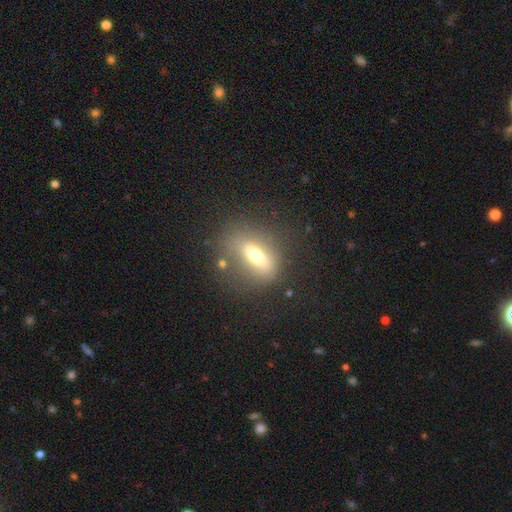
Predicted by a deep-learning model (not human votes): This appears to be a smooth galaxy with no disk features (56%) that is in between round and cigar-shaped (67%). Merging: none (68%).